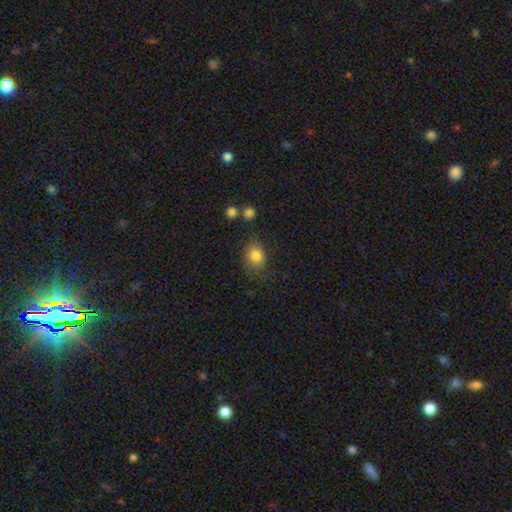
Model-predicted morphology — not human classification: smooth-or-featured: smooth: 83% | star or artifact: 10% | featured or disk: 7%
  how-rounded: round: 51% | in between: 48% | cigar-shaped: 1%
  merging: none: 75% | minor disturbance: 16% | major disturbance: 5% | merger: 4%